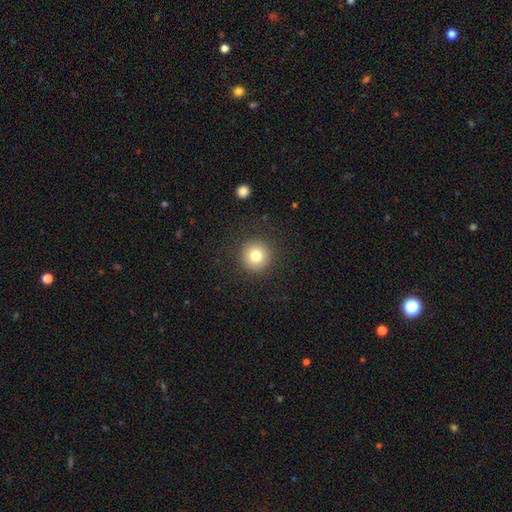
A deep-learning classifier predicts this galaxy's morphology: This appears to be a smooth galaxy with no disk features (80%) that is round (96%). Merging: none (91%).